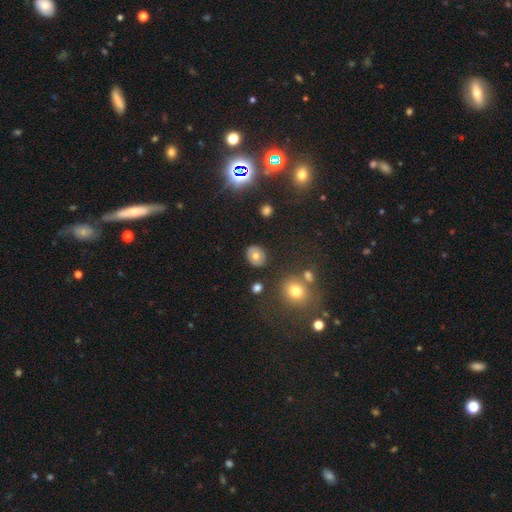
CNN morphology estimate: smooth-or-featured: smooth: 68% | featured or disk: 20% | star or artifact: 12%
  how-rounded: round: 64% | in between: 35% | cigar-shaped: 1%
  merging: none: 86% | minor disturbance: 9% | major disturbance: 3% | merger: 2%